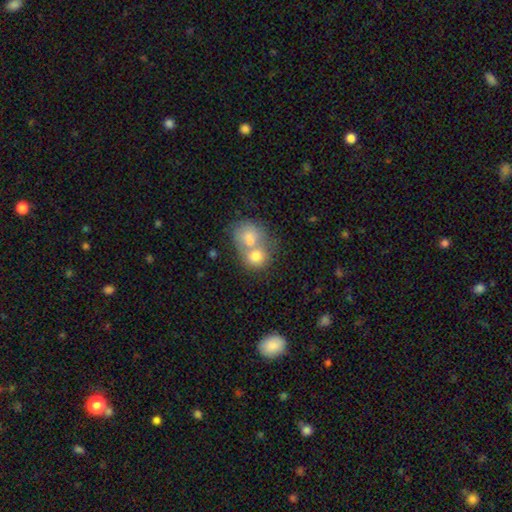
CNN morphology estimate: smooth-or-featured: smooth: 72% | featured or disk: 20% | star or artifact: 8%
  how-rounded: round: 67% | in between: 32% | cigar-shaped: 1%
  merging: merger: 69% | none: 21% | minor disturbance: 6% | major disturbance: 4%